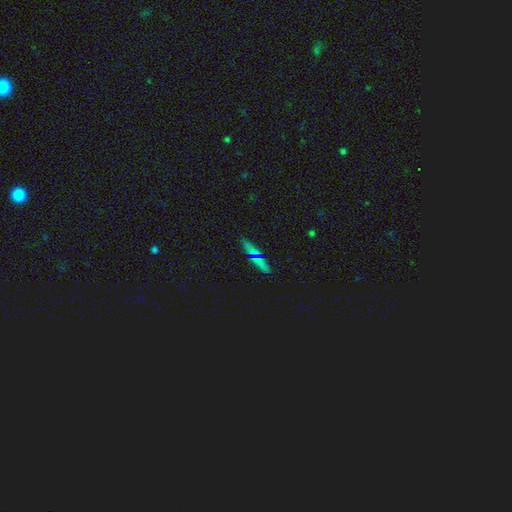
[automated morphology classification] Smooth or featured? Predicted: smooth (p=0.60). How rounded? Predicted: cigar-shaped (p=0.68). Merging? Predicted: none (p=0.85).